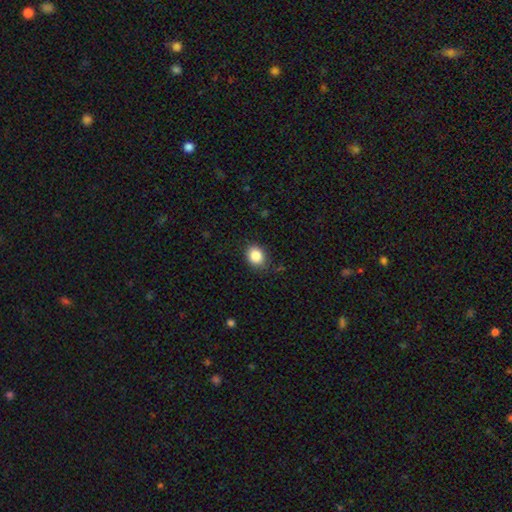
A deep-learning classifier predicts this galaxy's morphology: Smooth or featured: smooth — 86% (star or artifact — 9%)
How rounded: round — 58% (in between — 41%)
Merging: none — 83% (minor disturbance — 13%)